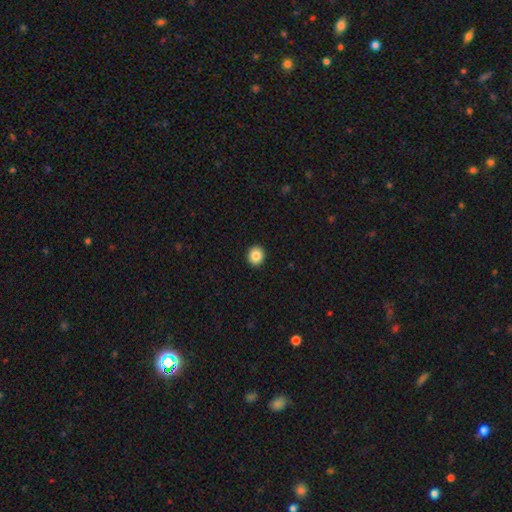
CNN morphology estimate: Smooth or featured: smooth — 86% (star or artifact — 9%)
How rounded: round — 85% (in between — 14%)
Merging: none — 93% (minor disturbance — 4%)